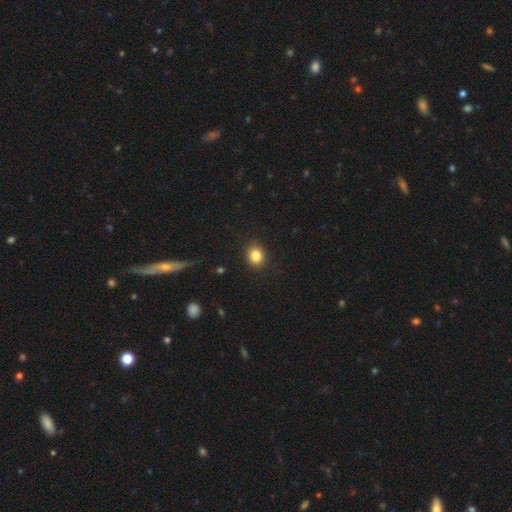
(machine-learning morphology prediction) This is clearly a smooth galaxy (84%). How rounded: likely round (70%). Merging: clearly none (88%).